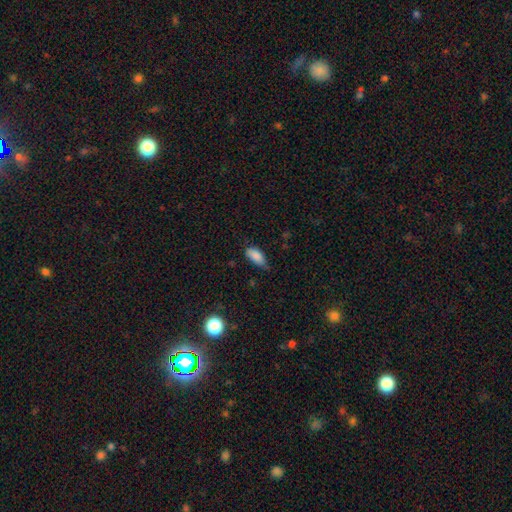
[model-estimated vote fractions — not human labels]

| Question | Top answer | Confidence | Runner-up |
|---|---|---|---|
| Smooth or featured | smooth | 86% | star or artifact (7%) |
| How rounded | in between | 90% | cigar-shaped (8%) |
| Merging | none | 56% | minor disturbance (36%) |